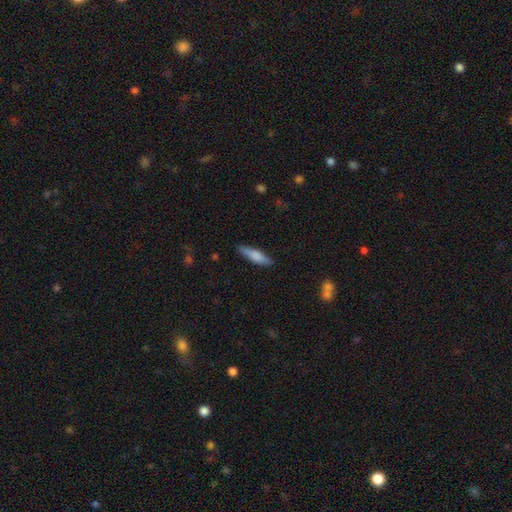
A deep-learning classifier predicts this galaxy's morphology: A smooth galaxy with no disk features (75%) that is cigar-shaped (73%). Merging: none (86%).